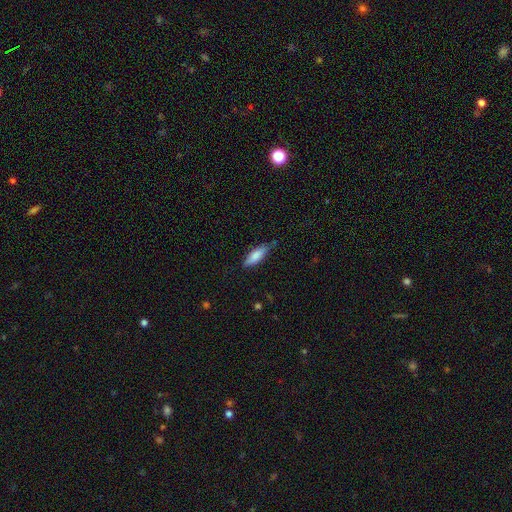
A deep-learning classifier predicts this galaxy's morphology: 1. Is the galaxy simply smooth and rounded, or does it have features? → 78% smooth, 16% featured or disk, 6% star or artifact.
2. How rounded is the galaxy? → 53% in between, 45% cigar-shaped, 2% round.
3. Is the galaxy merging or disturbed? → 66% none, 27% minor disturbance, 5% major disturbance, 2% merger.